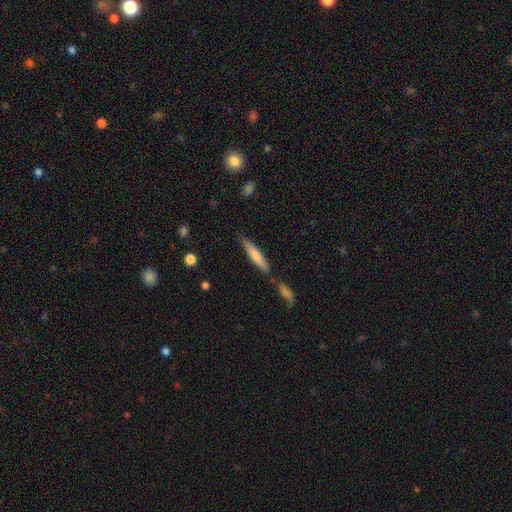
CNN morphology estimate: This is likely a smooth galaxy (68%). How rounded: clearly cigar-shaped (87%). Merging: likely none (76%).